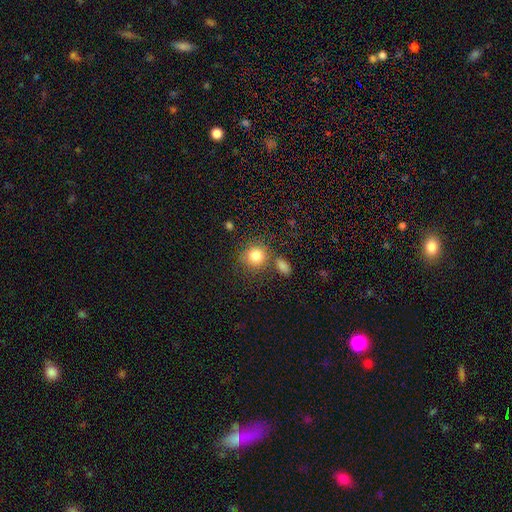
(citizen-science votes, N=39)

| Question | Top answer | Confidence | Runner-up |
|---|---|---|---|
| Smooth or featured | smooth | 92% | star or artifact (5%) |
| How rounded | round | 83% | in between (17%) |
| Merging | none | 49% | minor disturbance (24%) |